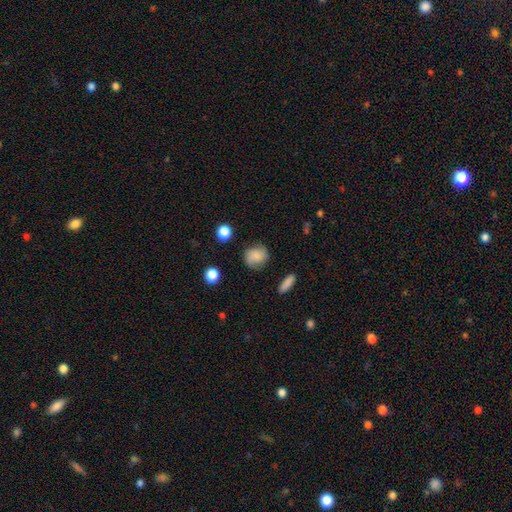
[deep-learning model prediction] Morphology: type=smooth (66%); roundness=round (76%); merging=none (77%).